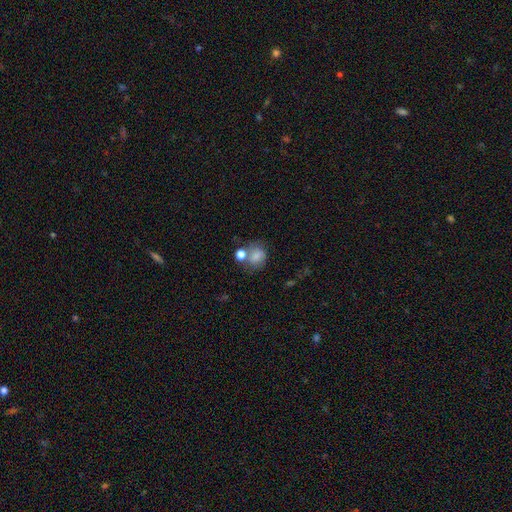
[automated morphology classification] This is likely a smooth galaxy (77%). How rounded: likely round (68%). Merging: possibly none (47%).